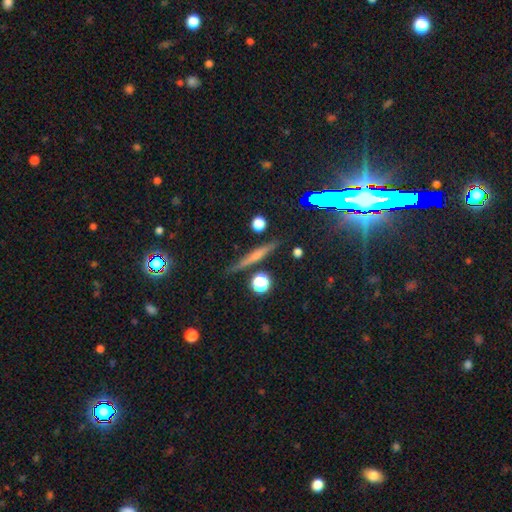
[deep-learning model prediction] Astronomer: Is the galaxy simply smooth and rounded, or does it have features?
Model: featured or disk — 44%, tied with smooth at 44%.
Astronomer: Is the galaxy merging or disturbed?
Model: none — 84%.